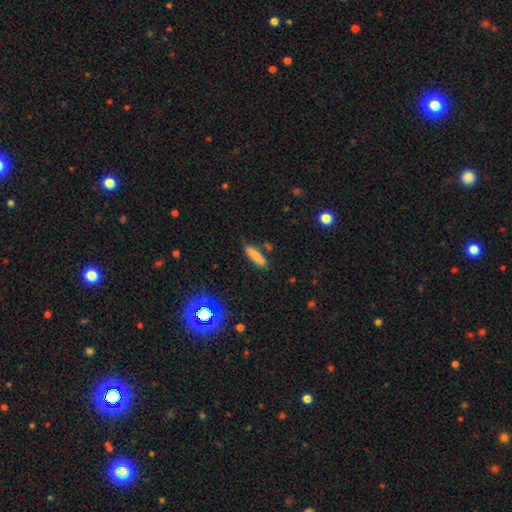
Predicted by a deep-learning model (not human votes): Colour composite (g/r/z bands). It shows a smooth galaxy with no disk features (78%) that is cigar-shaped (52%). Merging: none (78%).